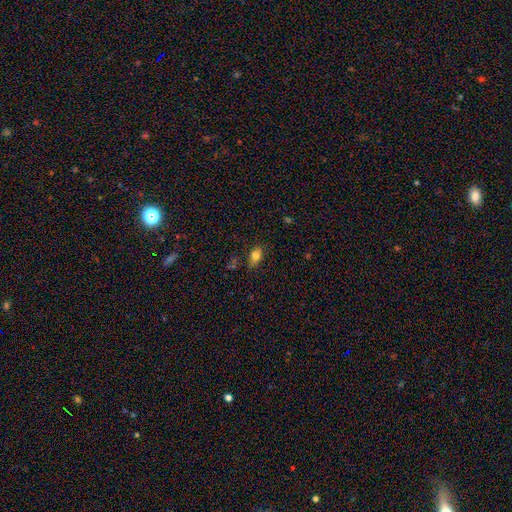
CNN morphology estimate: Smooth or featured? Predicted: smooth (p=0.73). How rounded? Predicted: in between (p=0.75). Merging? Predicted: none (p=0.68).